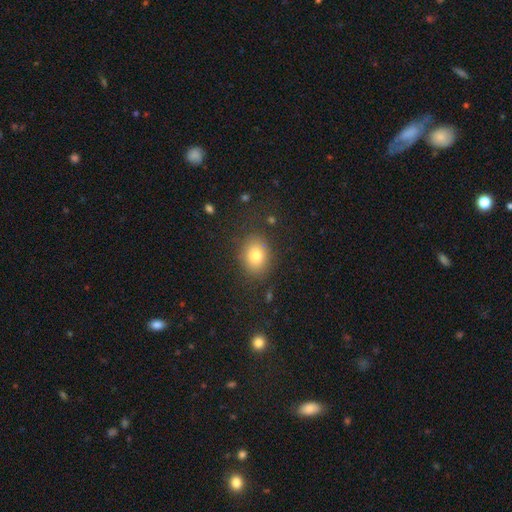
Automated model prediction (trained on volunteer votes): The model was most divided on "how rounded": in between: 51%, round: 48%, cigar-shaped: 1%. More confident: merging — none (83%); smooth or featured — smooth (78%).